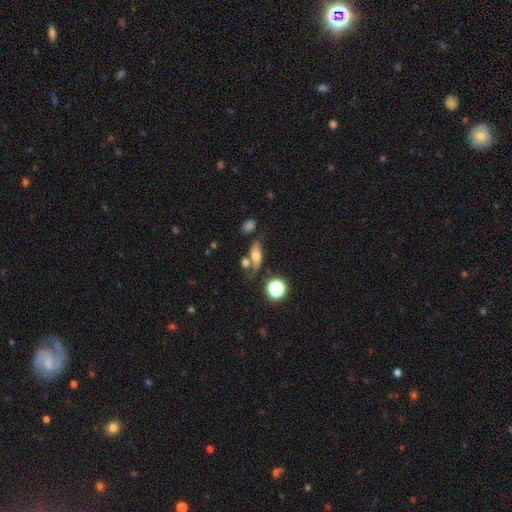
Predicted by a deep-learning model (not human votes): Q: Smooth or featured?
A: smooth (47%); runner-up: featured or disk (40%)
Q: Merging?
A: none (45%); runner-up: merger (22%)